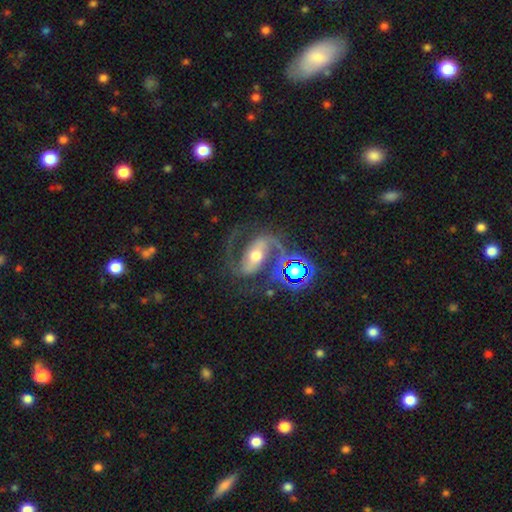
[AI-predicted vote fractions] This is clearly a featured or disk galaxy (85%). It is clearly not viewed edge-on (97%). Bar: possibly strong (50%). Spiral arm pattern: clearly yes (96%). Spiral arm count: clearly 2 (92%). Spiral winding: possibly medium (58%). Central bulge: likely moderate (67%). Merging: likely none (67%).